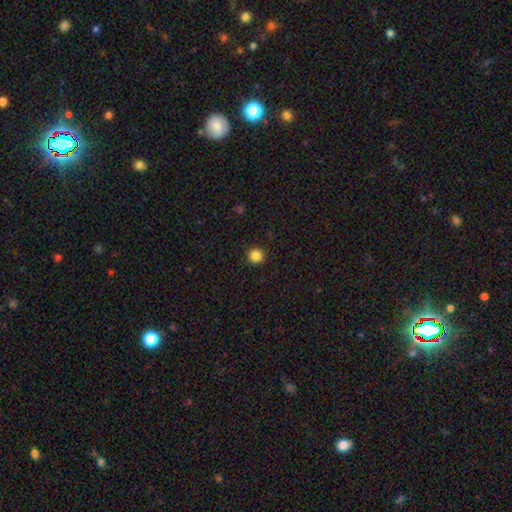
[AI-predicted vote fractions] This appears to be a smooth galaxy with no disk features (86%) that is round (94%). Merging: none (93%).